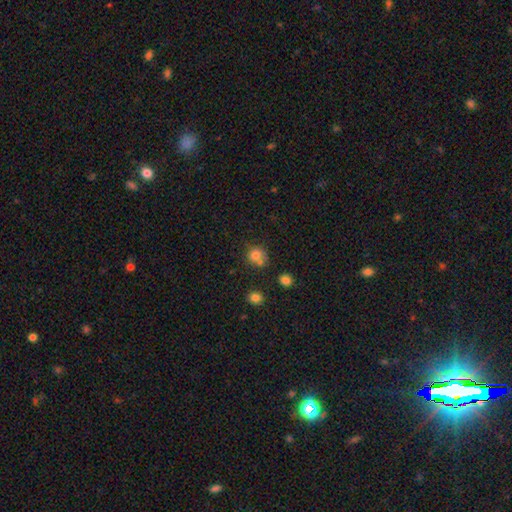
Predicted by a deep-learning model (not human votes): Q: Smooth or featured?
A: smooth (78%); runner-up: star or artifact (13%)
Q: How rounded?
A: round (84%); runner-up: in between (15%)
Q: Merging?
A: none (59%); runner-up: merger (23%)